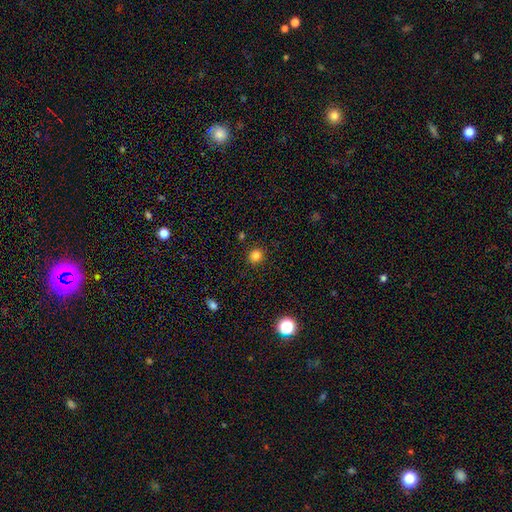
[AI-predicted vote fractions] This is clearly a smooth galaxy (82%). How rounded: clearly round (88%). Merging: clearly none (90%).